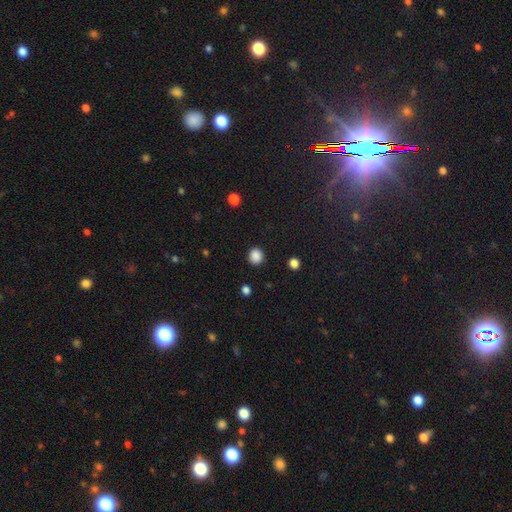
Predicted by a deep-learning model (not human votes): Overall: smooth (87%). How rounded: round (87%). Merging: none (90%).